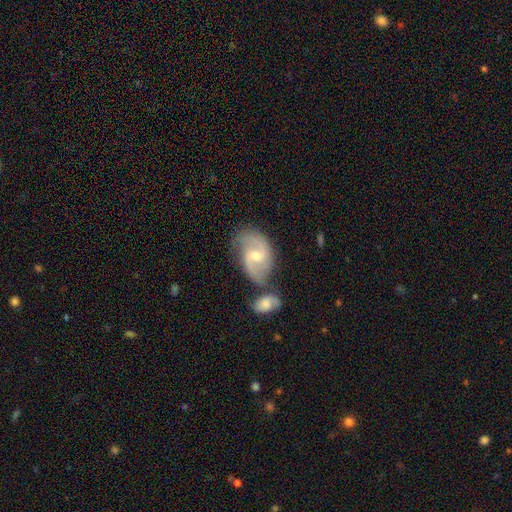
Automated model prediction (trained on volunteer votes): A featured or disk galaxy (80%) with a weak bar (51%), 2 (88%) medium (49%) spiral arms (94%) and a moderate central bulge (53%). Merging: none (49%).